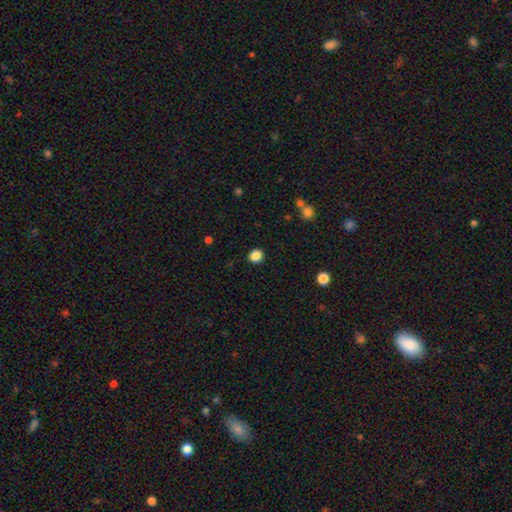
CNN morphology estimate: This appears to be a smooth galaxy with no disk features (86%) that is round (76%). Merging: none (91%).